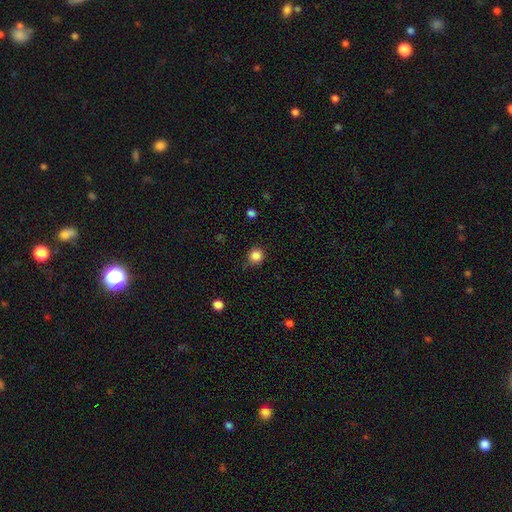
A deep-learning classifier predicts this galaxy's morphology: A smooth galaxy with no disk features (85%) that is round (93%).

Vote fractions:
- Smooth or featured? smooth: 85% / star or artifact: 11% / featured or disk: 3%
- How rounded? round: 93% / in between: 6% / cigar-shaped: 1%
- Merging? none: 83% / minor disturbance: 12% / major disturbance: 3% / merger: 2%